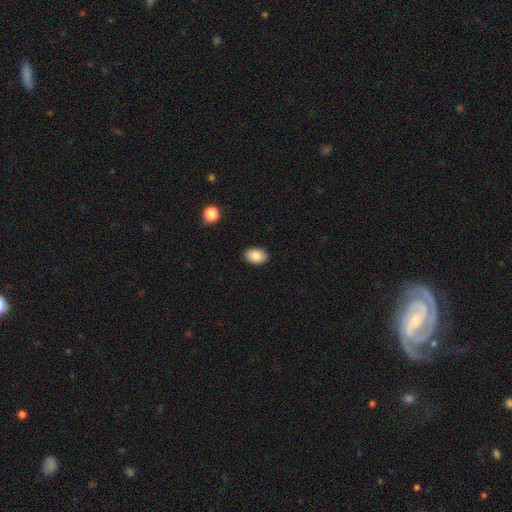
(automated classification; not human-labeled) A smooth galaxy with no disk features (86%) that is in between round and cigar-shaped (86%).

Vote fractions:
- Smooth or featured? smooth: 86% / star or artifact: 8% / featured or disk: 6%
- How rounded? in between: 86% / round: 13% / cigar-shaped: 1%
- Merging? none: 90% / minor disturbance: 7% / major disturbance: 2% / merger: 1%